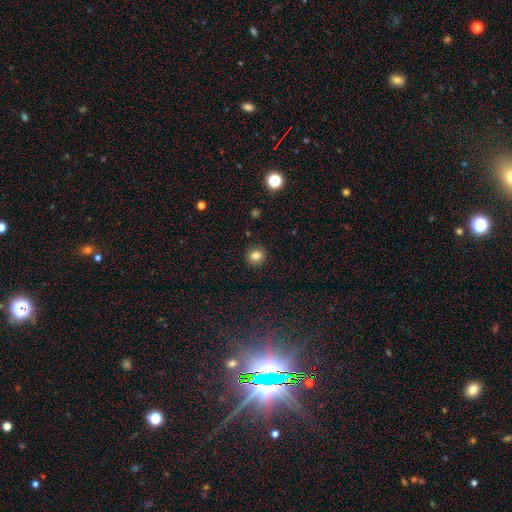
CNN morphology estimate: The model was most divided on "how rounded": round: 84%, in between: 15%, cigar-shaped: 1%. More confident: merging — none (91%); smooth or featured — smooth (82%).